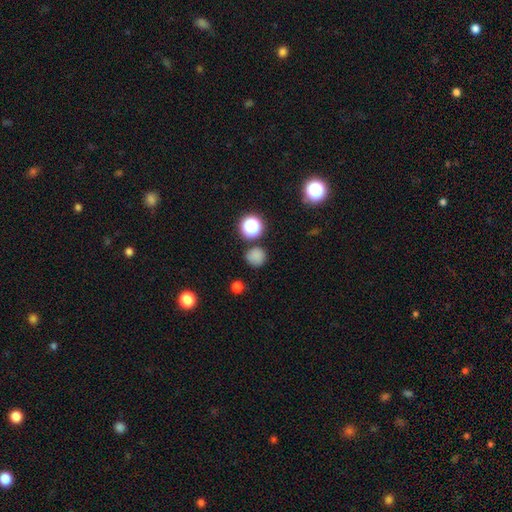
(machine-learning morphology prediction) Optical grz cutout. It shows a smooth galaxy with no disk features (77%) that is round (90%). Merging: none (81%).